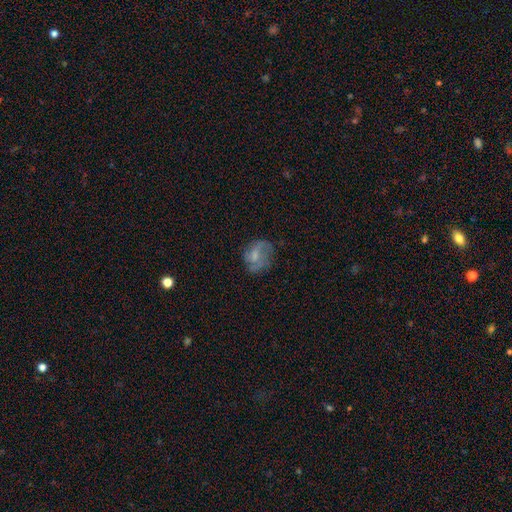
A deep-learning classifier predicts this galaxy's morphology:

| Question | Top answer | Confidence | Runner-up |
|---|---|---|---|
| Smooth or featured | featured or disk | 45% | tied: smooth (45%) |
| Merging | none | 52% | minor disturbance (25%) |